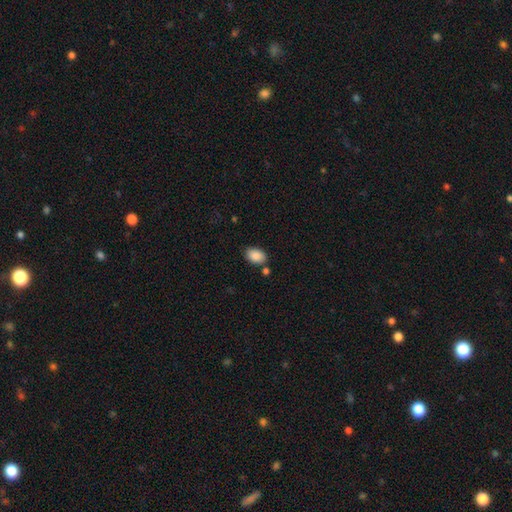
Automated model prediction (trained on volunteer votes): A smooth galaxy with no disk features (88%) that is in between round and cigar-shaped (88%).

Vote fractions:
- Smooth or featured? smooth: 88% / star or artifact: 7% / featured or disk: 5%
- How rounded? in between: 88% / round: 11% / cigar-shaped: 1%
- Merging? none: 77% / minor disturbance: 12% / merger: 7% / major disturbance: 3%